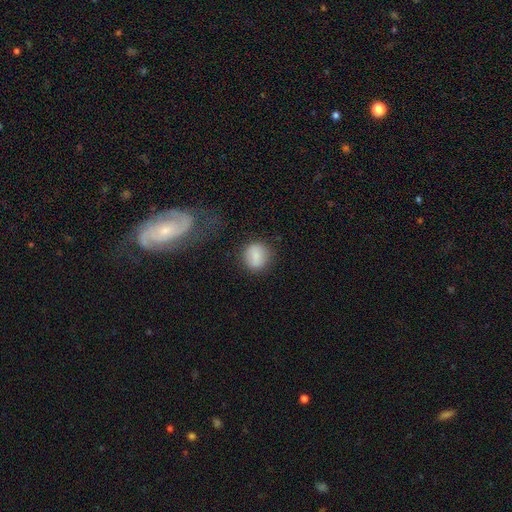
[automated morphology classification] smooth_or_featured: smooth (p=0.82) [alt: featured or disk p=0.10]
how_rounded: round (p=0.79) [alt: in between p=0.20]
merging: none (p=0.81) [alt: minor disturbance p=0.12]